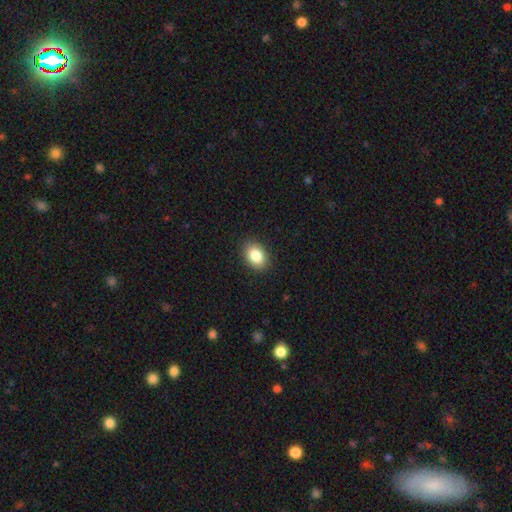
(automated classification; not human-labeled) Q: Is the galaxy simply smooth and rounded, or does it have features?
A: smooth — 85%.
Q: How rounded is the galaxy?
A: in between — 75%.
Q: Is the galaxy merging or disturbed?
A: none — 89%.